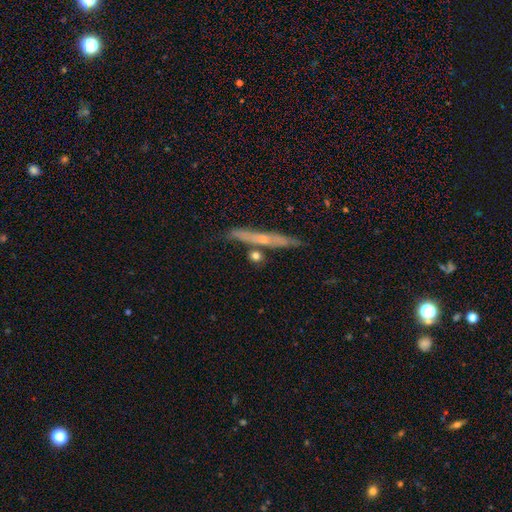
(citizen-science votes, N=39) This appears to be a smooth galaxy with no disk features (59%) that is round (57%). Merging: none (74%).